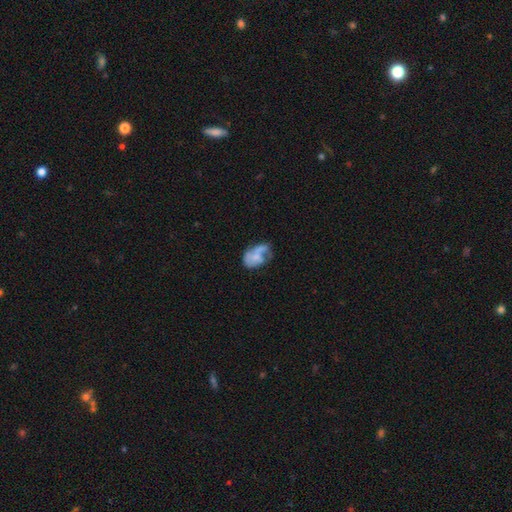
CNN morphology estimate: type=featured or disk (55%); edge-on=no (97%); bar=no (74%); spiral arms=yes (64%); bulge=small (37%); merging=none (33%).